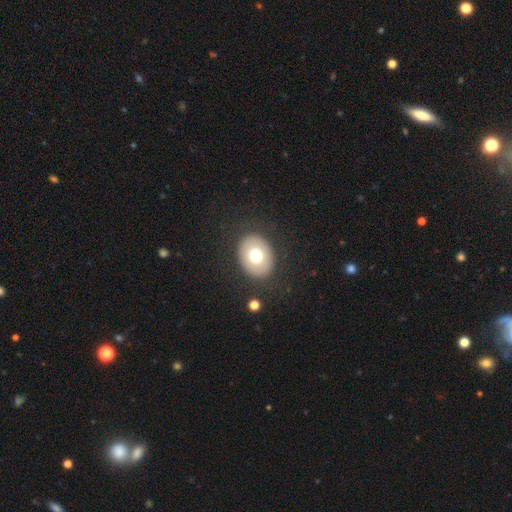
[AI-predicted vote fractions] Smooth or featured?
  - smooth: 71% *
  - featured or disk: 20%
  - star or artifact: 9%
How rounded?
  - in between: 55% *
  - round: 44%
  - cigar-shaped: 1%
Merging?
  - none: 87% *
  - minor disturbance: 8%
  - major disturbance: 4%
  - merger: 1%